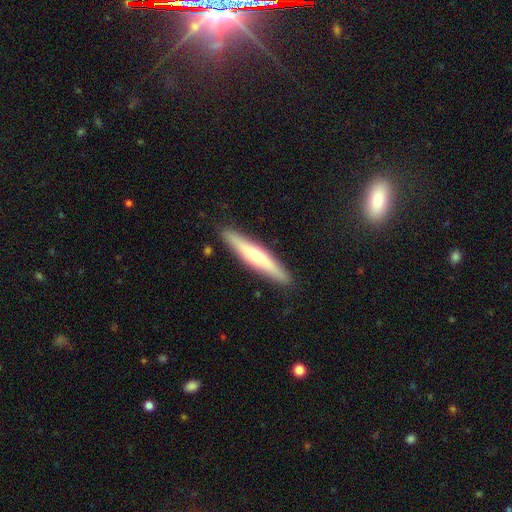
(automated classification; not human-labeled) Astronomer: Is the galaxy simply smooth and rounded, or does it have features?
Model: featured or disk — 52% (runner-up: smooth, 41%).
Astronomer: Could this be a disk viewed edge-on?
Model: yes — 92%.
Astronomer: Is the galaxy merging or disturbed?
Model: none — 89%.